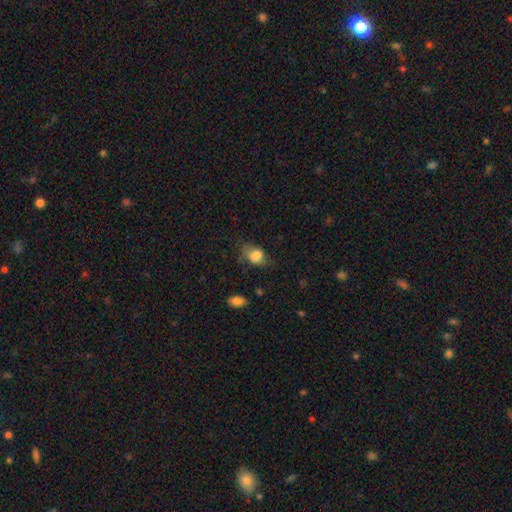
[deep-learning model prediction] A smooth galaxy with no disk features (79%) that is in between round and cigar-shaped (72%). Merging: none (50%).